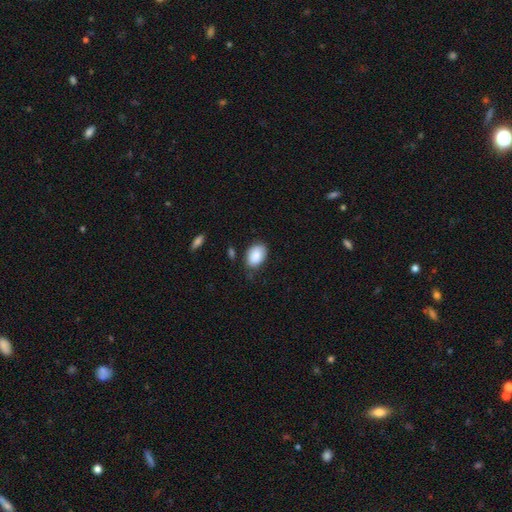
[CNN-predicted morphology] The model was most divided on "merging": none: 71%, minor disturbance: 21%, major disturbance: 5%, merger: 3%. More confident: smooth or featured — smooth (89%); how rounded — in between (86%).